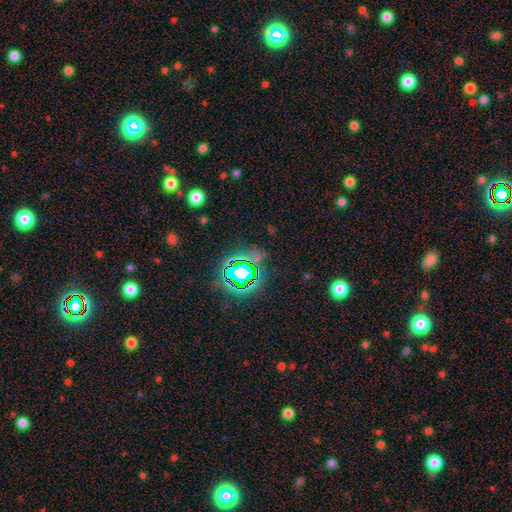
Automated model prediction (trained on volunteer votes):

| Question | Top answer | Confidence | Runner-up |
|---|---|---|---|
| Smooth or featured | star or artifact | 74% | smooth (16%) |